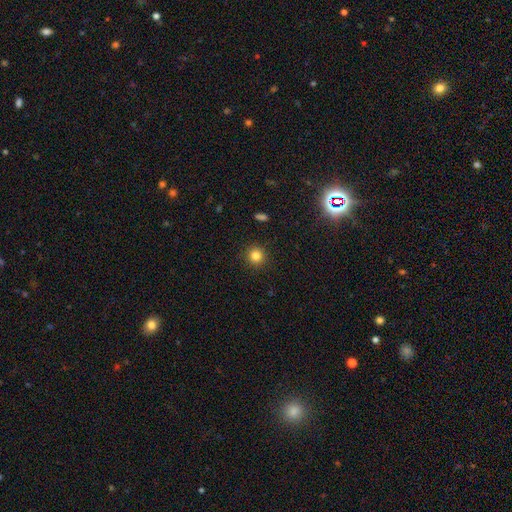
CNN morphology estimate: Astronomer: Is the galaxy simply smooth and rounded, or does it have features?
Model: smooth — 83%.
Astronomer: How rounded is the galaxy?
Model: round — 94%.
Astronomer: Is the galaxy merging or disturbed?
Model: none — 91%.